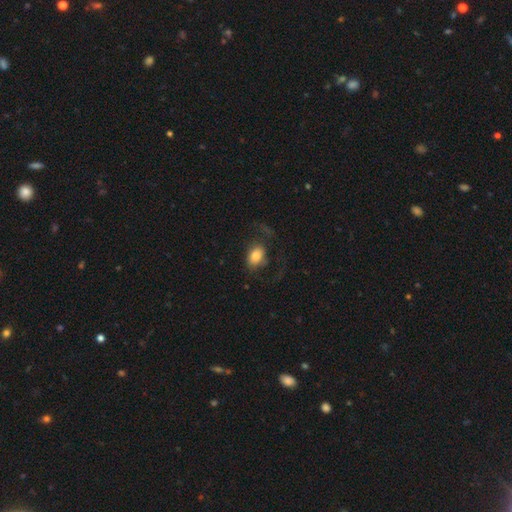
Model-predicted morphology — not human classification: Smooth or featured: smooth — 76% (featured or disk — 15%)
How rounded: in between — 75% (round — 24%)
Merging: none — 46% (major disturbance — 32%)